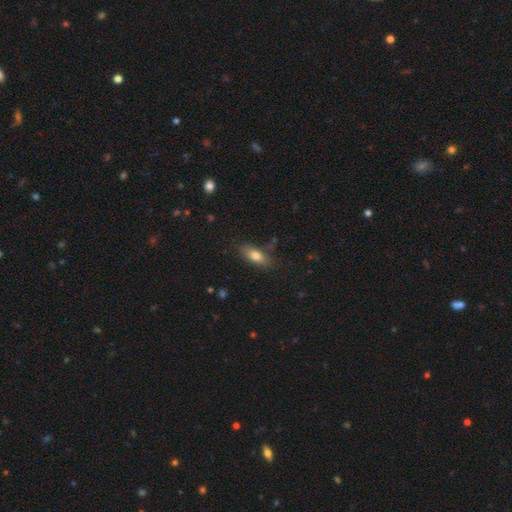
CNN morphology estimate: The model was most divided on "how rounded": in between: 76%, cigar-shaped: 20%, round: 4%. More confident: merging — none (77%); smooth or featured — smooth (77%).